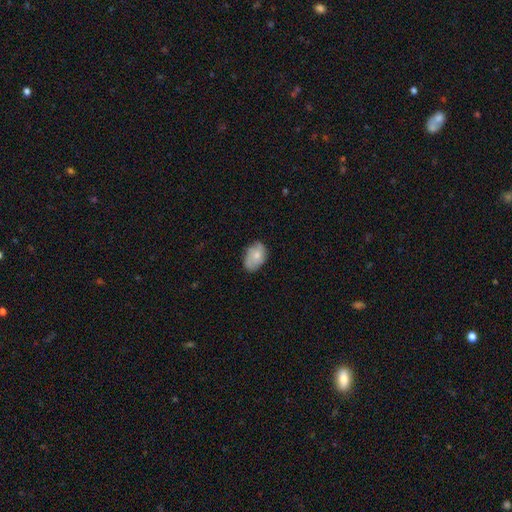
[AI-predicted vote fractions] Smooth or featured? Predicted: smooth (p=0.69). How rounded? Predicted: in between (p=0.86). Merging? Predicted: none (p=0.71).